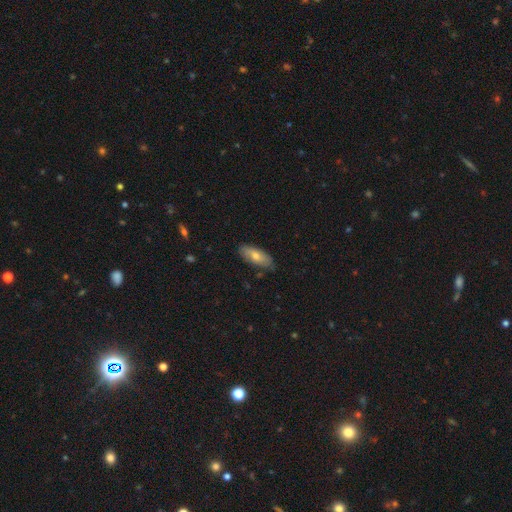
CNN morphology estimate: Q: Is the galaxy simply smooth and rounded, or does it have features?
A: smooth — 62%.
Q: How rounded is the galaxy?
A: in between — 79%.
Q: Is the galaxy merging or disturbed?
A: none — 82%.